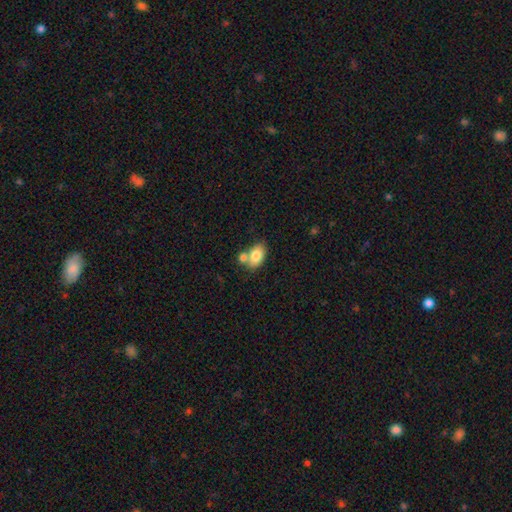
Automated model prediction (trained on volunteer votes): Overall: smooth (79%). How rounded: in between (87%). Merging: none (46%; merger 39%).